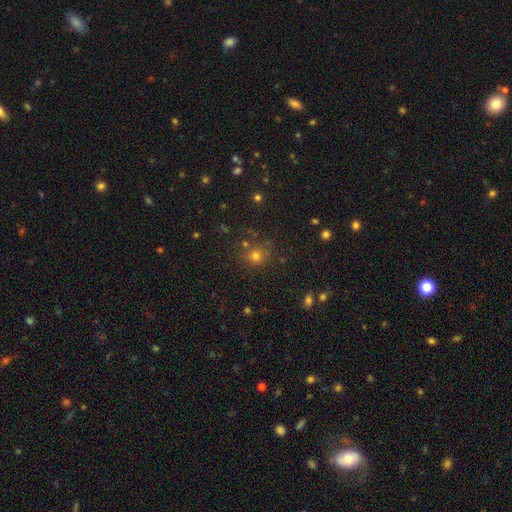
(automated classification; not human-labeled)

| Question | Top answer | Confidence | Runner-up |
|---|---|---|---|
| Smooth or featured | smooth | 68% | star or artifact (25%) |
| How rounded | round | 87% | in between (12%) |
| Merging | none | 77% | minor disturbance (12%) |